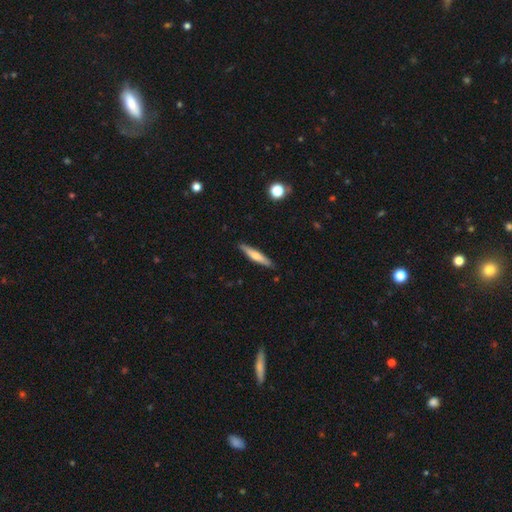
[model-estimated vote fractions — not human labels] Smooth or featured?
  - smooth: 57% *
  - featured or disk: 37%
  - star or artifact: 6%
How rounded?
  - cigar-shaped: 89% *
  - in between: 9%
  - round: 1%
Merging?
  - none: 89% *
  - minor disturbance: 8%
  - major disturbance: 2%
  - merger: 1%